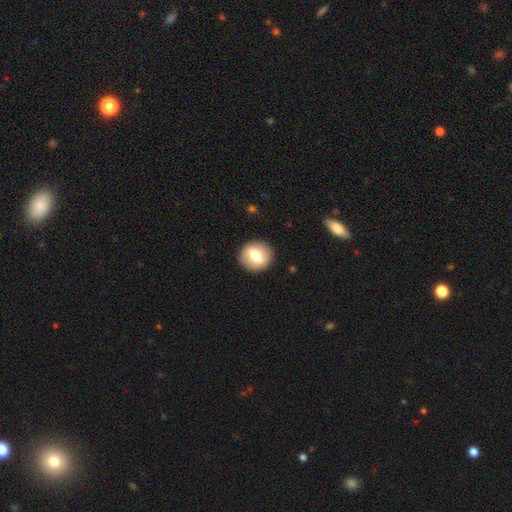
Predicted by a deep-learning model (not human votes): Q: Smooth or featured?
A: smooth (65%); runner-up: featured or disk (27%)
Q: How rounded?
A: round (81%); runner-up: in between (18%)
Q: Merging?
A: none (90%); runner-up: minor disturbance (7%)